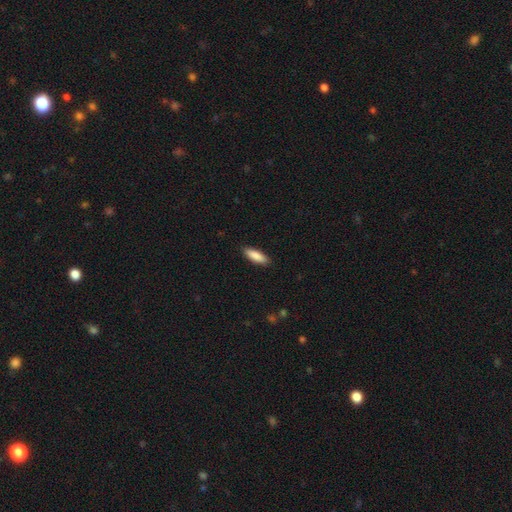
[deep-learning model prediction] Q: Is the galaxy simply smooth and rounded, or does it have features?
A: smooth — 87%.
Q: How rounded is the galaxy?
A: in between — 55%.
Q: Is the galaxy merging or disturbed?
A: none — 89%.